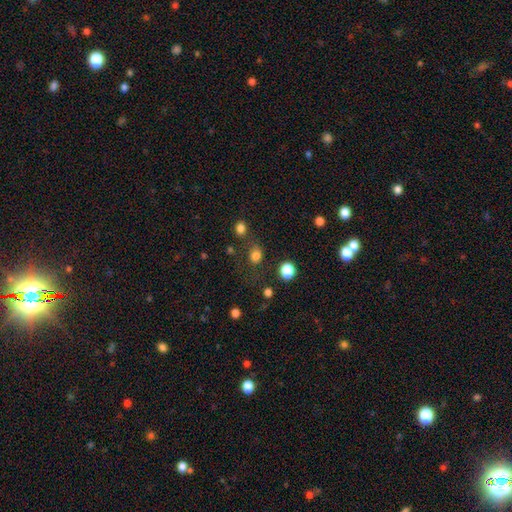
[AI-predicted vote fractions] Smooth or featured? smooth (79%)
How rounded? round (66%)
Merging? none (66%)